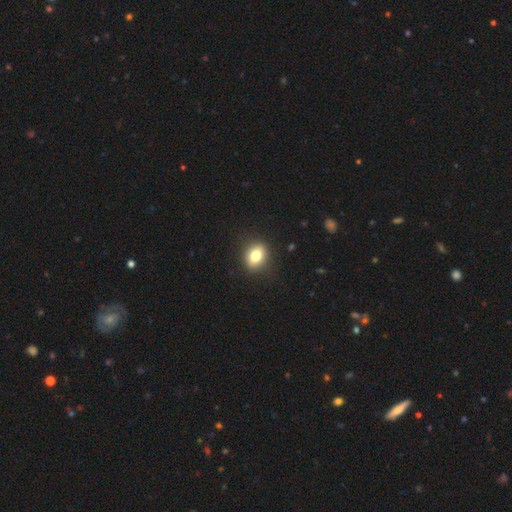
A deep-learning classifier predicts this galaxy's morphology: This is likely a smooth galaxy (79%). How rounded: possibly in between (56%). Merging: clearly none (89%).